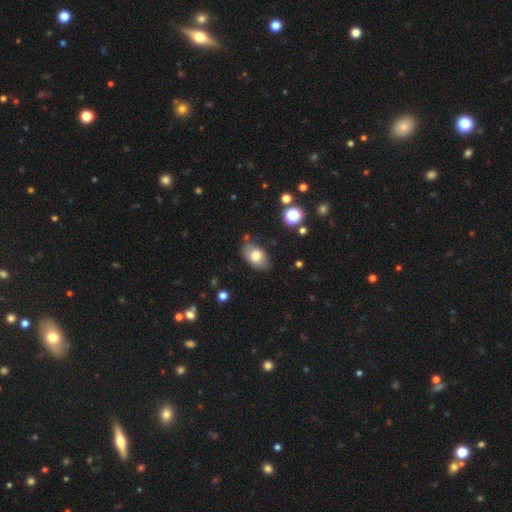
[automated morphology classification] Smooth or featured?
  - smooth: 75% *
  - featured or disk: 17%
  - star or artifact: 8%
How rounded?
  - in between: 90% *
  - round: 8%
  - cigar-shaped: 1%
Merging?
  - none: 79% *
  - minor disturbance: 15%
  - major disturbance: 3%
  - merger: 3%